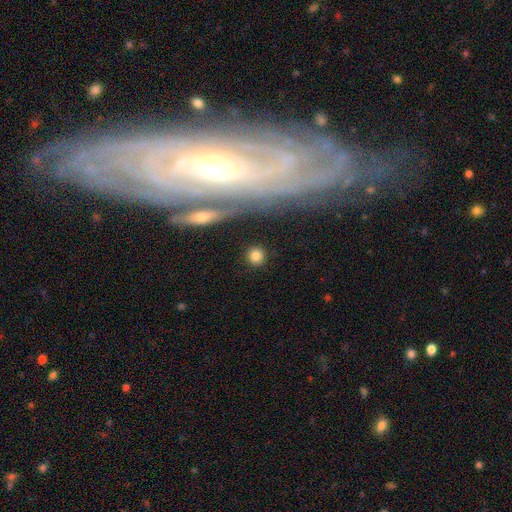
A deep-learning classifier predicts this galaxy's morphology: This is clearly a smooth galaxy (82%). How rounded: clearly round (89%). Merging: clearly none (88%).